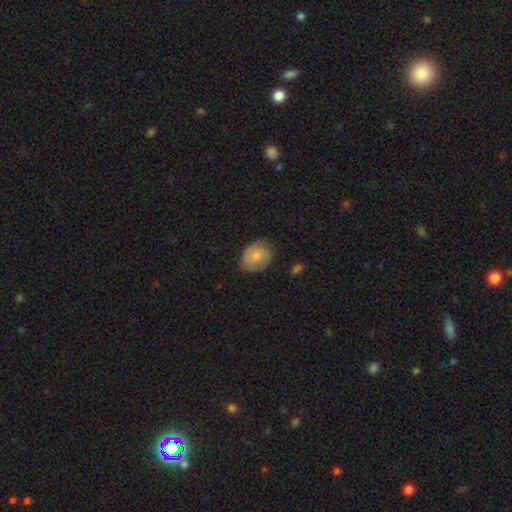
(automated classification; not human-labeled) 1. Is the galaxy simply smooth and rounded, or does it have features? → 56% smooth, 37% featured or disk, 7% star or artifact.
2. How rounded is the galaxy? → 55% in between, 44% round, 1% cigar-shaped.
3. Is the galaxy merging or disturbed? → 69% none, 23% minor disturbance, 6% major disturbance, 1% merger.